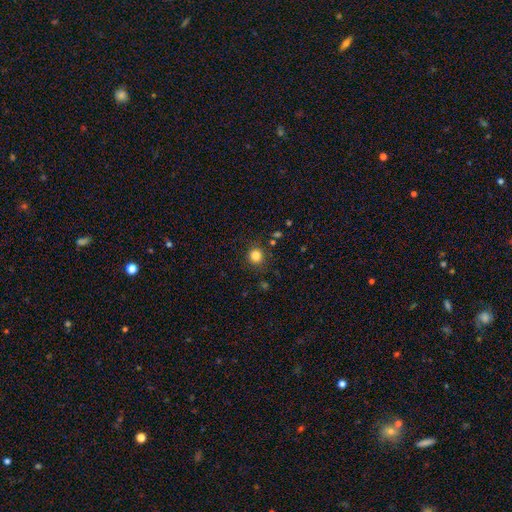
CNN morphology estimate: Smooth or featured? Predicted: smooth (p=0.83). How rounded? Predicted: round (p=0.90). Merging? Predicted: none (p=0.86).